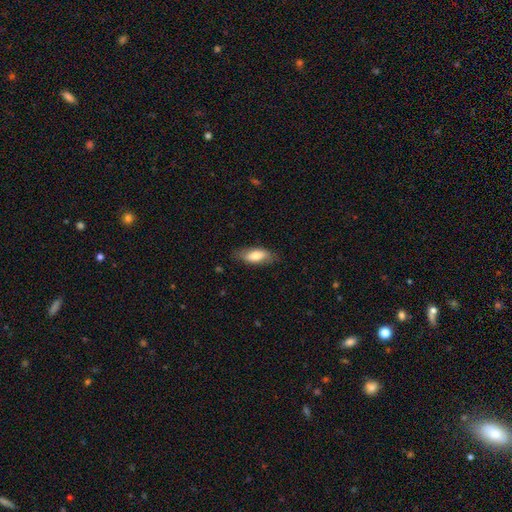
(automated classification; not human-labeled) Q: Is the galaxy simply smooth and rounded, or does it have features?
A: smooth — 75%.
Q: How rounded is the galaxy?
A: in between — 79%.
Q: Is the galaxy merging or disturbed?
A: none — 79%.